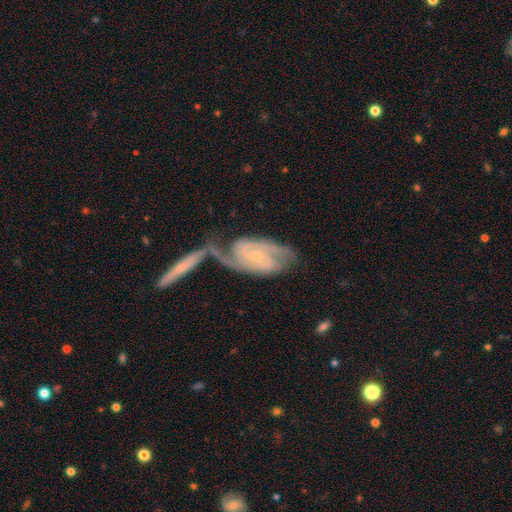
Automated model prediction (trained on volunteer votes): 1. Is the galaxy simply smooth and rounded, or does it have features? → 84% featured or disk, 11% smooth, 5% star or artifact.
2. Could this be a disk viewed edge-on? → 93% no, 7% yes.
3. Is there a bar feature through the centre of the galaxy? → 51% no, 37% weak, 12% strong.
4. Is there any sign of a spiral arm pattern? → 96% yes, 4% no.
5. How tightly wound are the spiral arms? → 46% tight, 42% medium, 12% loose.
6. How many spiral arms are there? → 66% 2, 14% can't tell, 12% 3, 3% 4, 3% 1, 2% more than 4.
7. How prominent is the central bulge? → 74% small, 17% moderate, 7% none, 1% large, 1% dominant.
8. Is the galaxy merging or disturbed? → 39% none, 38% merger, 15% minor disturbance, 8% major disturbance.